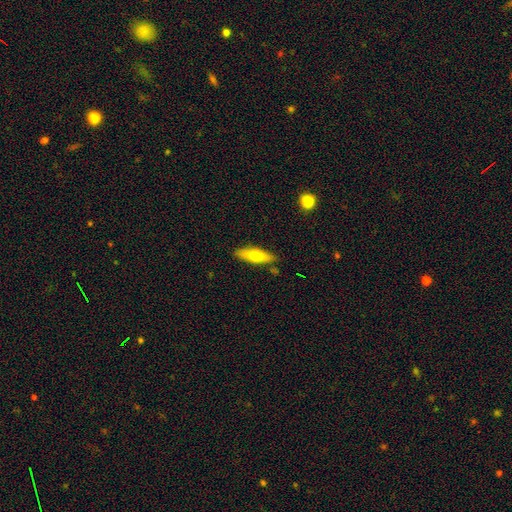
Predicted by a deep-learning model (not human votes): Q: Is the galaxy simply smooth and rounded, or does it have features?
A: smooth — 64%.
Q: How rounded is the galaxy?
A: cigar-shaped — 59%.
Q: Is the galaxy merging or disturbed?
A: none — 84%.